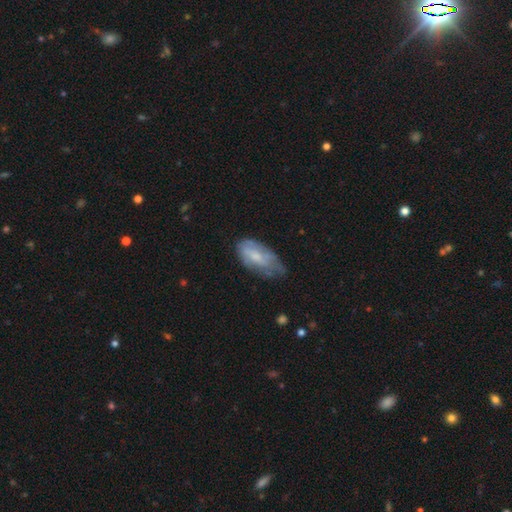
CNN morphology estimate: A smooth galaxy with no disk features (51%) that is in between round and cigar-shaped (90%).

Vote fractions:
- Smooth or featured? smooth: 51% / featured or disk: 42% / star or artifact: 7%
- How rounded? in between: 90% / cigar-shaped: 7% / round: 3%
- Merging? none: 42% / minor disturbance: 39% / major disturbance: 17% / merger: 2%